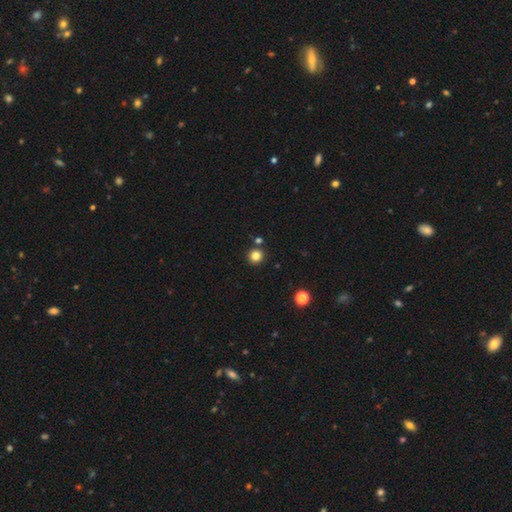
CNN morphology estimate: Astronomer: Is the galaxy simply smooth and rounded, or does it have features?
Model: smooth — 82%.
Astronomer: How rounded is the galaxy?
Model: round — 95%.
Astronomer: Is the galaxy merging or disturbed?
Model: none — 86%.